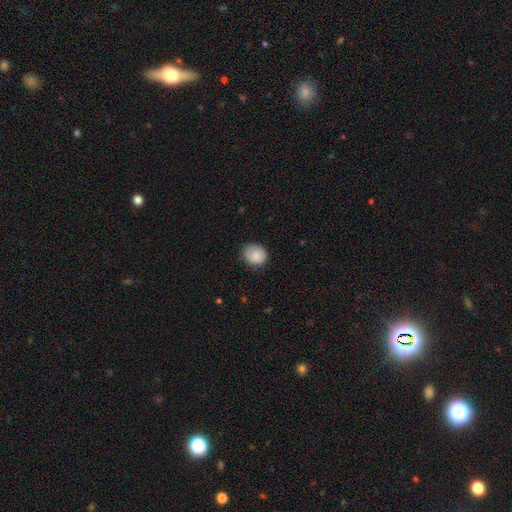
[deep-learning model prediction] Smooth or featured? Predicted: smooth (p=0.85). How rounded? Predicted: round (p=0.67). Merging? Predicted: none (p=0.73).